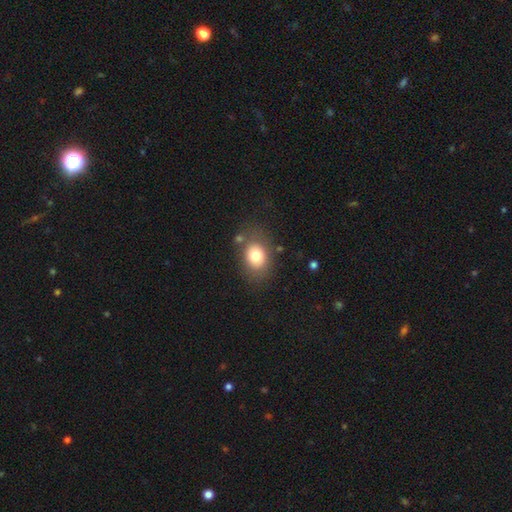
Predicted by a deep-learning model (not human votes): smooth-or-featured: smooth: 78% | featured or disk: 13% | star or artifact: 9%
  how-rounded: in between: 62% | round: 37% | cigar-shaped: 1%
  merging: none: 74% | minor disturbance: 14% | major disturbance: 6% | merger: 5%